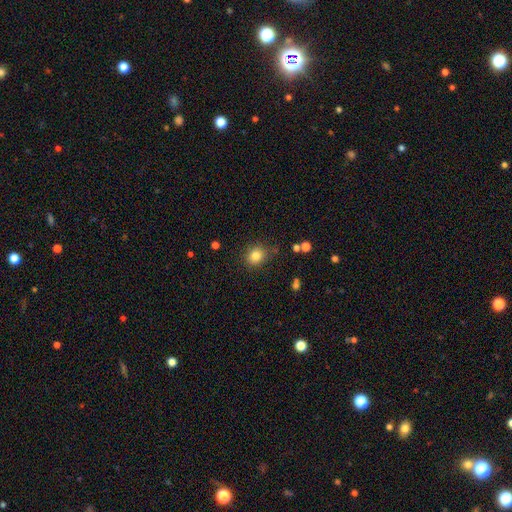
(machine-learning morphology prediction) This appears to be a smooth galaxy with no disk features (82%) that is round (76%). Merging: none (82%).